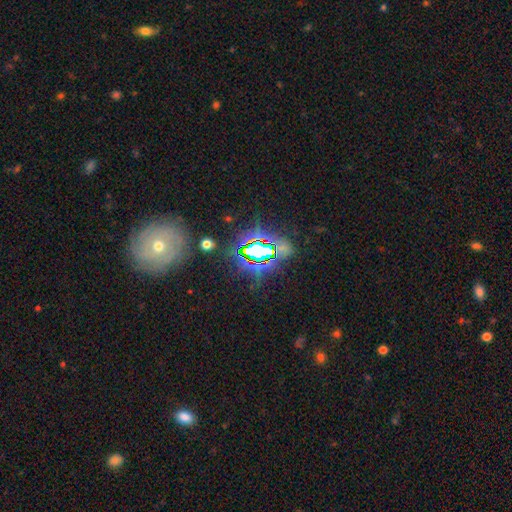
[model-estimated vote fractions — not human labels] The model was most divided on "smooth or featured": star or artifact: 73%, smooth: 16%, featured or disk: 12%.